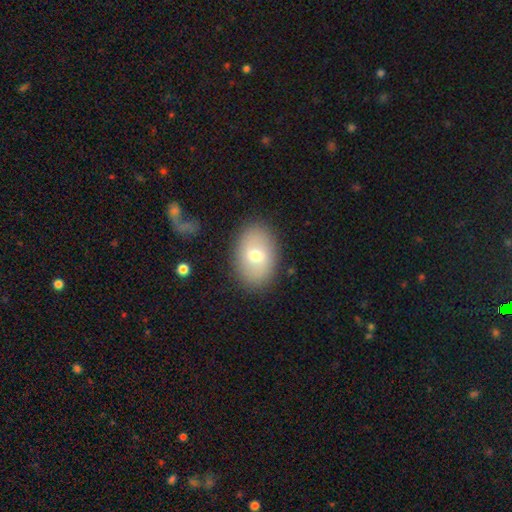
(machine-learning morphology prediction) The model was most divided on "smooth or featured": smooth: 67%, featured or disk: 25%, star or artifact: 8%. More confident: merging — none (85%); how rounded — in between (82%).